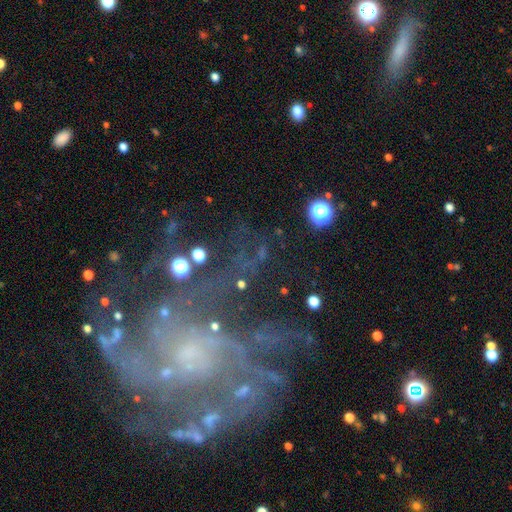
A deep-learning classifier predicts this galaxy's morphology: A featured or disk galaxy (72%) with no bar (56%), tight (45%) spiral arms (92%) and a small central bulge (54%).

Vote fractions:
- Smooth or featured? featured or disk: 72% / star or artifact: 18% / smooth: 10%
- Edge-on disk? no: 96% / yes: 4%
- Bar? no: 56% / weak: 30% / strong: 14%
- Spiral arms? yes: 92% / no: 8%
- Spiral winding? tight: 45% / medium: 38% / loose: 17%
- Spiral arm count? can't tell: 26% / 2: 21% / 3: 20% / 4: 13% / more than 4: 11% / 1: 10%
- Bulge size? small: 54% / moderate: 22% / none: 18% / large: 4% / dominant: 2%
- Merging? none: 62% / major disturbance: 17% / minor disturbance: 16% / merger: 5%